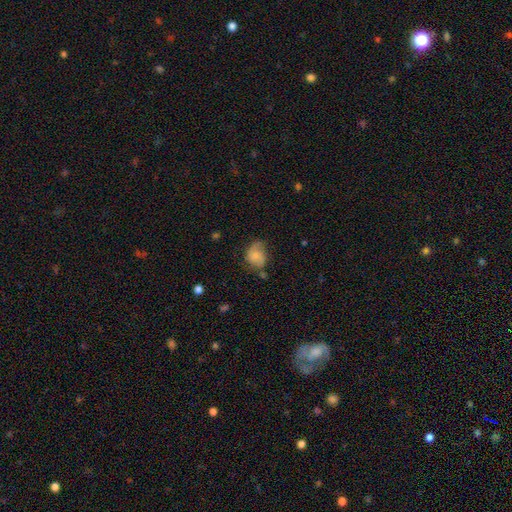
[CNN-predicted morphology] smooth-or-featured: smooth: 49% | featured or disk: 42% | star or artifact: 9%
  merging: none: 47% | minor disturbance: 33% | major disturbance: 16% | merger: 4%